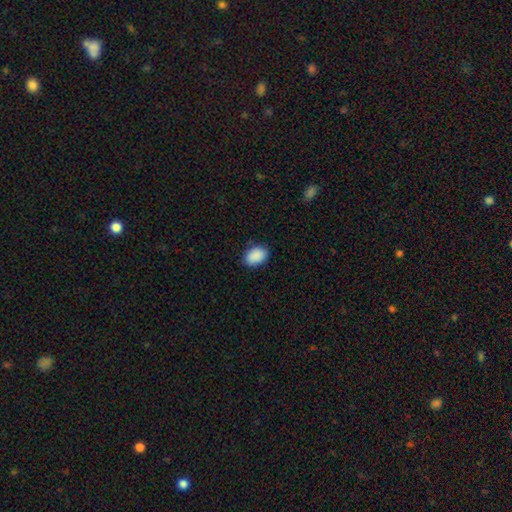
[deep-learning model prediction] A smooth galaxy with no disk features (90%) that is in between round and cigar-shaped (83%).

Vote fractions:
- Smooth or featured? smooth: 90% / star or artifact: 7% / featured or disk: 3%
- How rounded? in between: 83% / round: 16% / cigar-shaped: 1%
- Merging? none: 86% / minor disturbance: 11% / major disturbance: 2% / merger: 1%